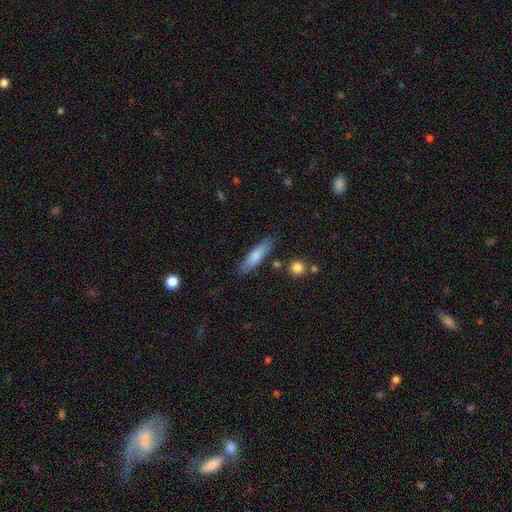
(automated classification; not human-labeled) Q: Smooth or featured?
A: smooth (76%); runner-up: featured or disk (18%)
Q: How rounded?
A: cigar-shaped (69%); runner-up: in between (29%)
Q: Merging?
A: none (81%); runner-up: minor disturbance (13%)